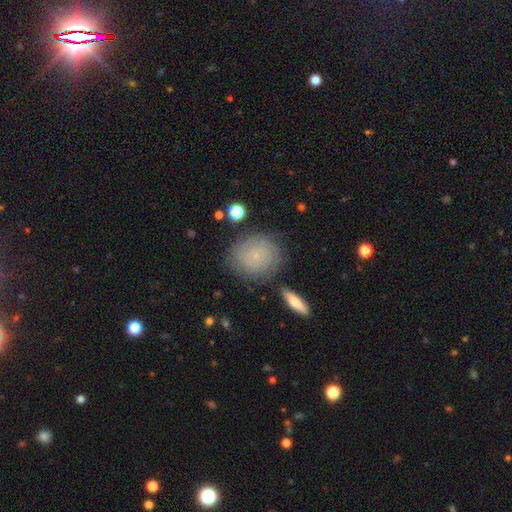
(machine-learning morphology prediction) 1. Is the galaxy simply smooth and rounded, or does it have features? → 58% smooth, 31% featured or disk, 11% star or artifact.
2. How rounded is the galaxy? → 69% round, 29% in between, 2% cigar-shaped.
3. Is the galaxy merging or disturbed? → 78% none, 14% minor disturbance, 5% major disturbance, 3% merger.